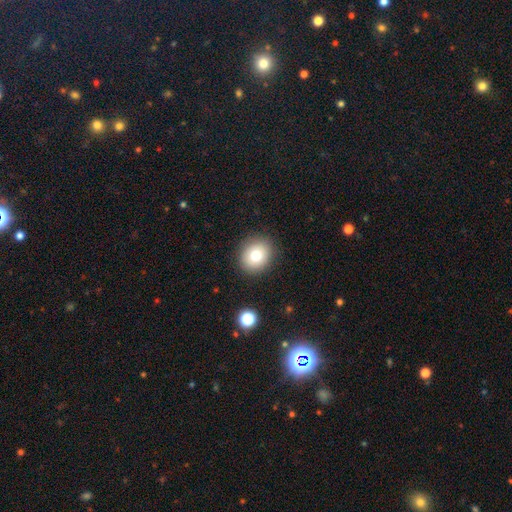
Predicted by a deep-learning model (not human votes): smooth 77%, featured or disk 12%, star or artifact 11%. Down the decision tree: how rounded — round (72%); merging — none (88%).